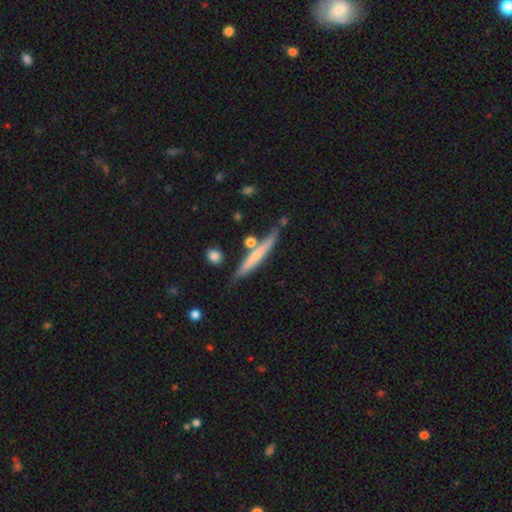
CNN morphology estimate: This is possibly a smooth galaxy (51%). How rounded: clearly cigar-shaped (93%). Merging: likely none (73%).